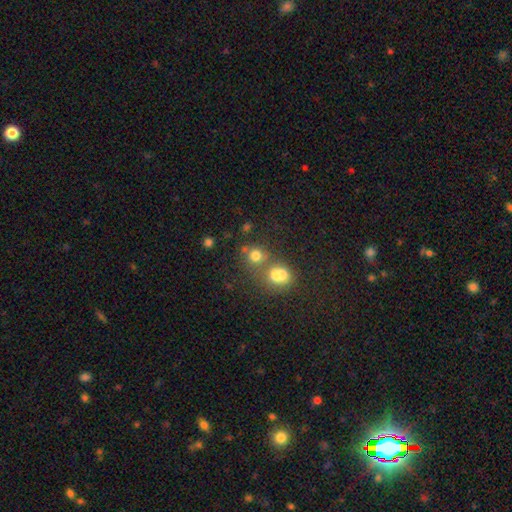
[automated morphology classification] This appears to be a smooth galaxy with no disk features (74%) that is round (80%). Merging: none (47%).